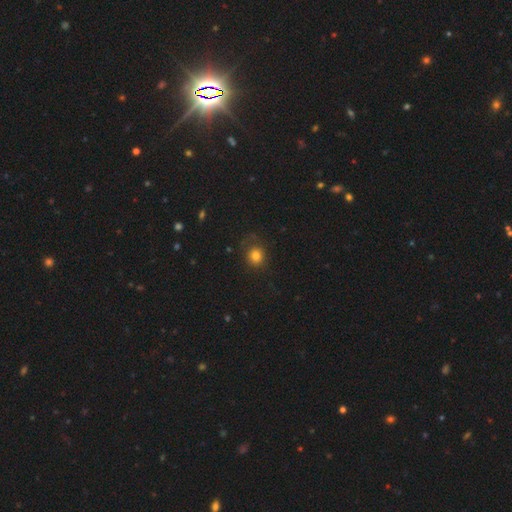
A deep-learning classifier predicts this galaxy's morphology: This is likely a smooth galaxy (79%). How rounded: clearly round (85%). Merging: likely none (73%).